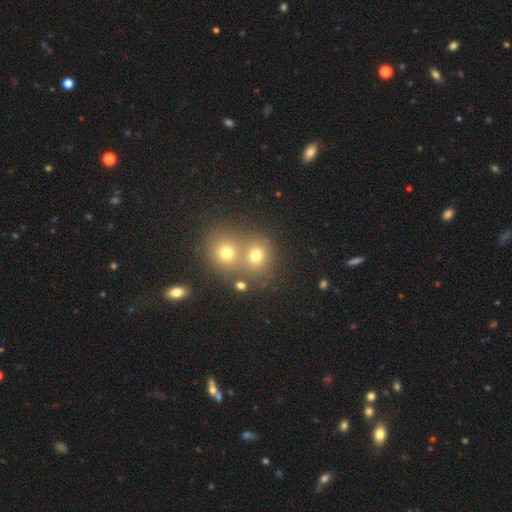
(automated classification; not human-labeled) Smooth or featured? Predicted: smooth (p=0.72). How rounded? Predicted: round (p=0.79). Merging? Predicted: merger (p=0.48).